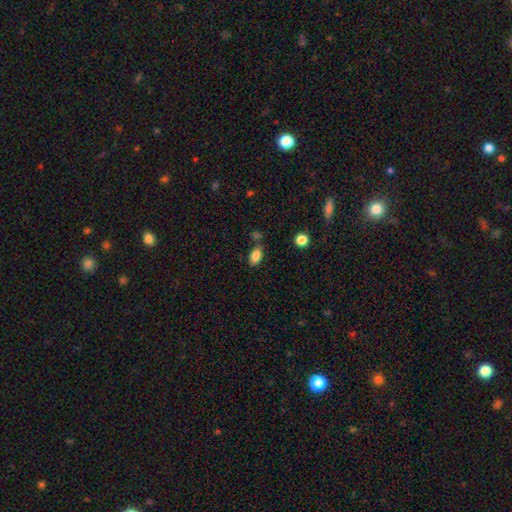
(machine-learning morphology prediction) smooth-or-featured: smooth: 85% | star or artifact: 9% | featured or disk: 6%
  how-rounded: in between: 90% | round: 8% | cigar-shaped: 2%
  merging: none: 69% | minor disturbance: 16% | merger: 10% | major disturbance: 4%